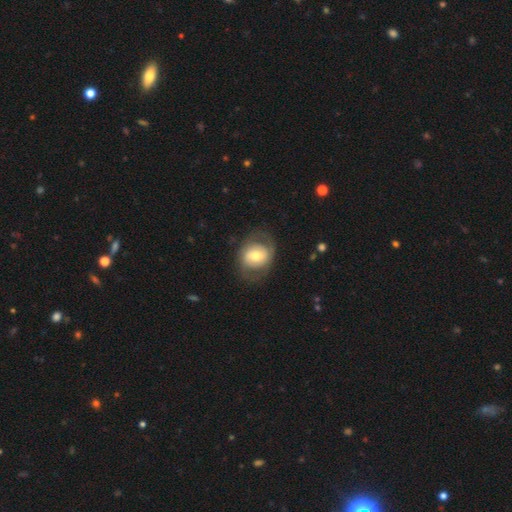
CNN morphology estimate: A featured or disk galaxy (47%). Merging: none (69%).